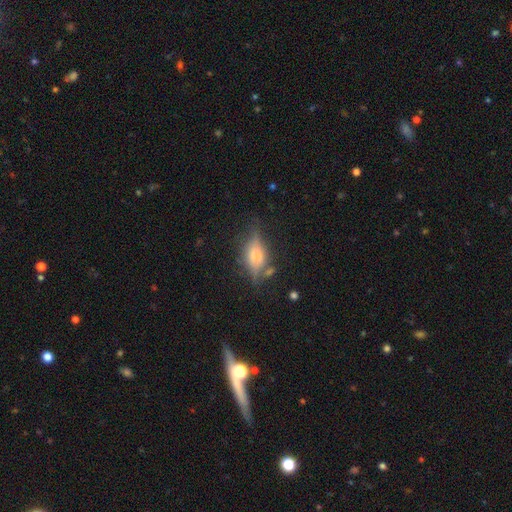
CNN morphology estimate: This appears to be a featured or disk galaxy (46%). Merging: none (57%).